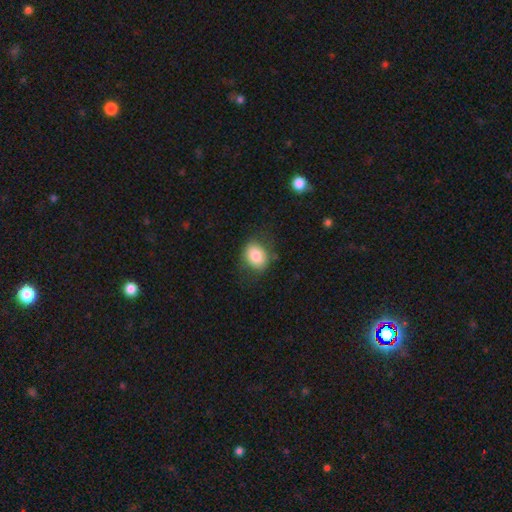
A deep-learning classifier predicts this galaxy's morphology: Overall: smooth (82%). How rounded: in between (56%; round 43%). Merging: none (71%).